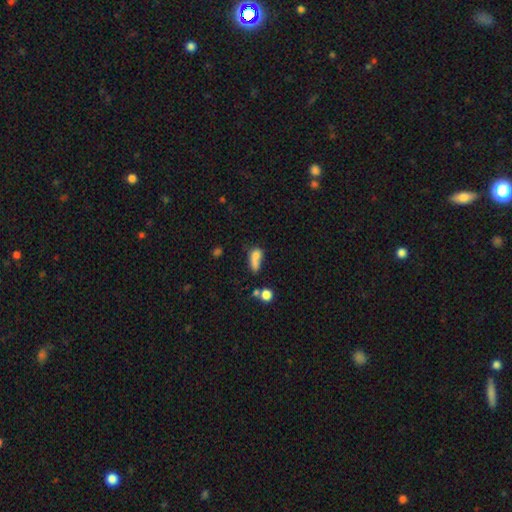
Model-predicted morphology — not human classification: type=smooth (72%); roundness=in between (63%); merging=merger (33%).